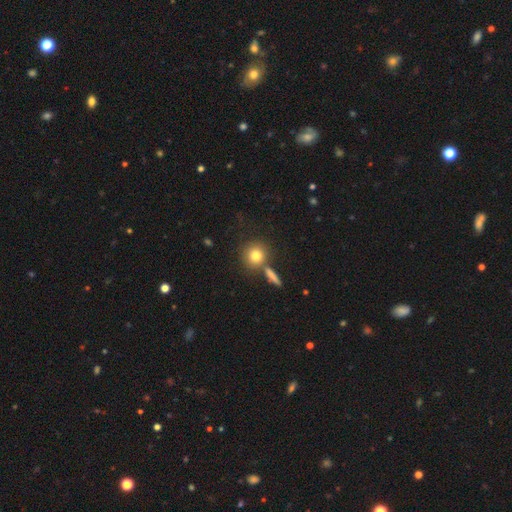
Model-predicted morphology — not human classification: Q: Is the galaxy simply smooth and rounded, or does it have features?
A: smooth — 78%.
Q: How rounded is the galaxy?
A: round — 90%.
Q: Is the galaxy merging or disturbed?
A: none — 71%.